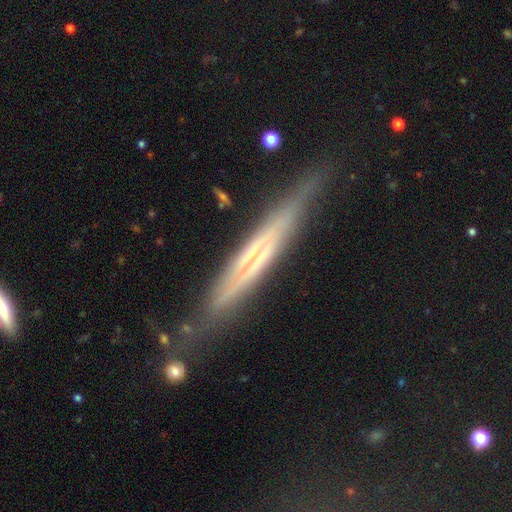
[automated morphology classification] A featured or disk galaxy (74%) viewed edge-on (93%) with no central bulge (63%).

Vote fractions:
- Smooth or featured? featured or disk: 74% / smooth: 19% / star or artifact: 7%
- Edge-on disk? yes: 93% / no: 7%
- Edge-on bulge? none: 63% / rounded: 21% / boxy: 16%
- Merging? none: 82% / minor disturbance: 13% / major disturbance: 3% / merger: 2%